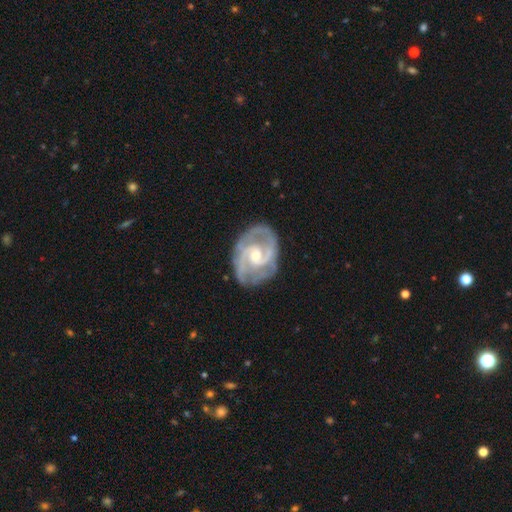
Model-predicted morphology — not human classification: smooth_or_featured: featured or disk (p=0.90) [alt: smooth p=0.06]
disk_edge_on: no (p=0.98) [alt: yes p=0.02]
bar: no (p=0.48) [alt: weak p=0.42]
has_spiral_arms: yes (p=0.97) [alt: no p=0.03]
spiral_winding: tight (p=0.48) [alt: medium p=0.43]
spiral_arm_count: 2 (p=0.57) [alt: 3 p=0.20]
bulge_size: moderate (p=0.52) [alt: small p=0.43]
merging: none (p=0.74) [alt: minor disturbance p=0.18]